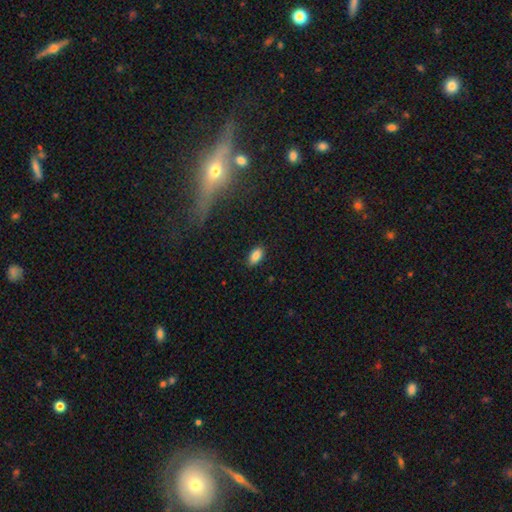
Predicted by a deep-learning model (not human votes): Q: Smooth or featured?
A: smooth (86%); runner-up: star or artifact (8%)
Q: How rounded?
A: in between (92%); runner-up: cigar-shaped (5%)
Q: Merging?
A: none (87%); runner-up: minor disturbance (10%)